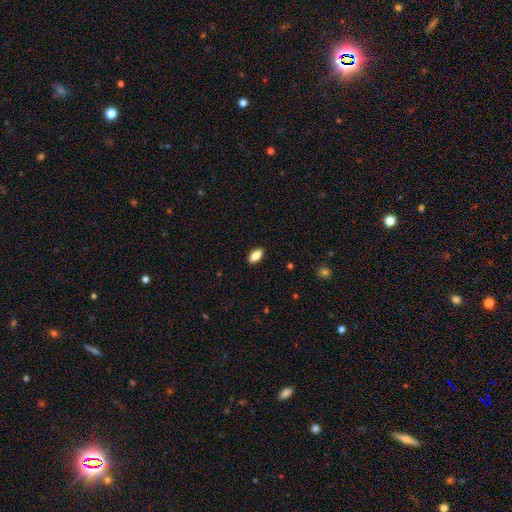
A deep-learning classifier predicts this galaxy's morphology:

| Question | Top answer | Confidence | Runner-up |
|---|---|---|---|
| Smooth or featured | smooth | 84% | featured or disk (8%) |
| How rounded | in between | 91% | cigar-shaped (5%) |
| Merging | none | 89% | minor disturbance (8%) |